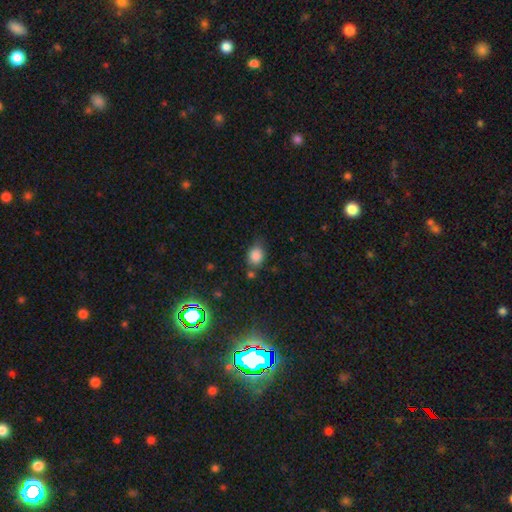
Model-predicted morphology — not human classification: Smooth or featured? smooth (83%)
How rounded? in between (54%)
Merging? none (61%)